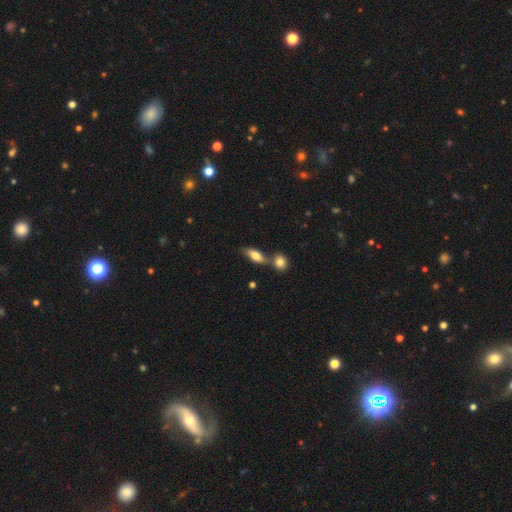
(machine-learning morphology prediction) Q: Smooth or featured?
A: smooth (72%); runner-up: featured or disk (21%)
Q: How rounded?
A: in between (75%); runner-up: cigar-shaped (21%)
Q: Merging?
A: none (49%); runner-up: merger (33%)